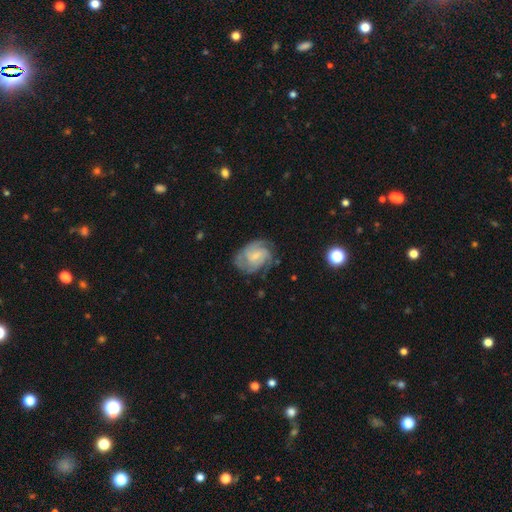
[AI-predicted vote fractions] This is likely a featured or disk galaxy (73%). It is clearly not viewed edge-on (98%). Bar: possibly no (50%). Spiral arm pattern: clearly yes (92%). Spiral arm count: marginally 3 (30%). Spiral winding: possibly tight (47%). Central bulge: possibly small (50%). Merging: likely none (63%).